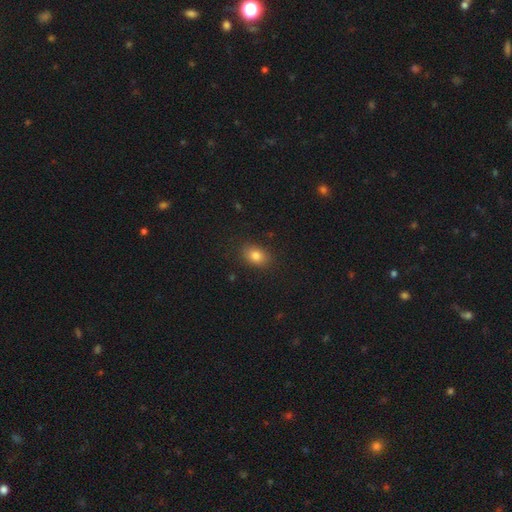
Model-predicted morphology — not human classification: Smooth or featured? smooth (82%)
How rounded? in between (76%)
Merging? none (85%)